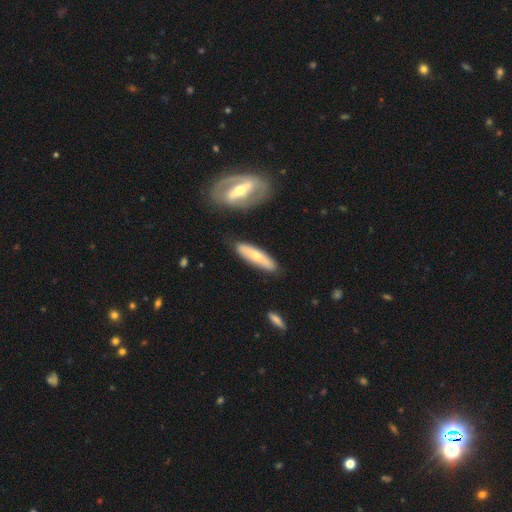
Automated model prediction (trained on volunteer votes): Smooth or featured? Predicted: smooth (p=0.52). How rounded? Predicted: cigar-shaped (p=0.71). Merging? Predicted: none (p=0.81).